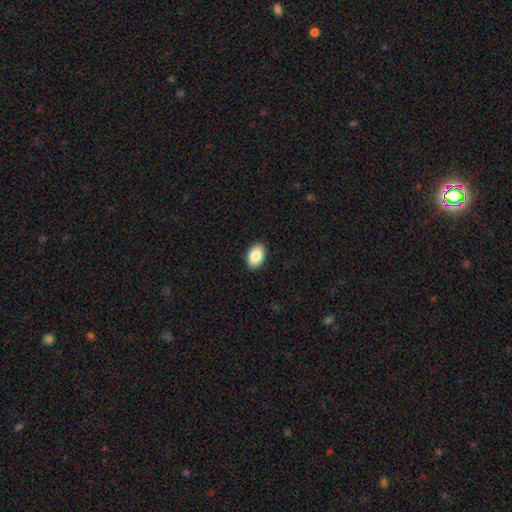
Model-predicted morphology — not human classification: smooth_or_featured: smooth (p=0.88) [alt: star or artifact p=0.07]
how_rounded: in between (p=0.90) [alt: round p=0.09]
merging: none (p=0.91) [alt: minor disturbance p=0.07]